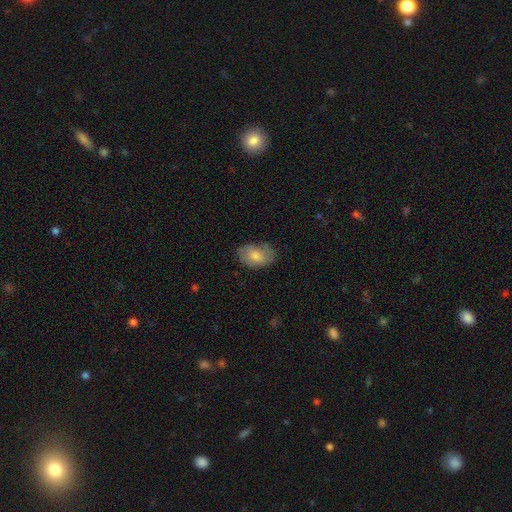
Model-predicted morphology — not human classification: Overall: smooth (71%). How rounded: in between (88%). Merging: none (67%).